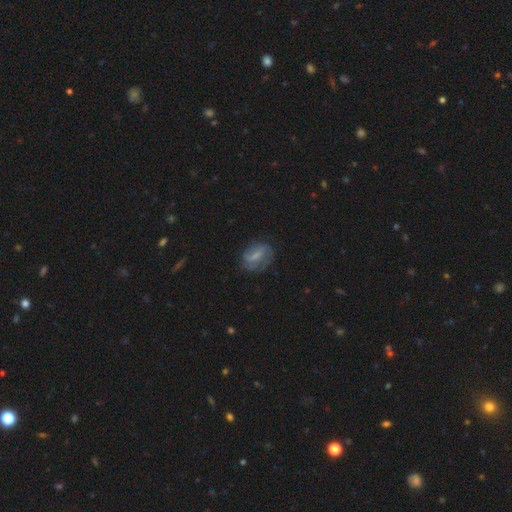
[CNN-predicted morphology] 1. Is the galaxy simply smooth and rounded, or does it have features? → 46% featured or disk, 44% smooth, 9% star or artifact.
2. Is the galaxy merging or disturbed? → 63% none, 24% minor disturbance, 12% major disturbance, 2% merger.